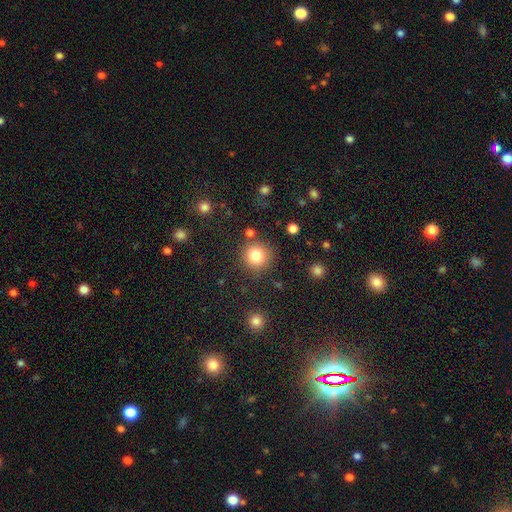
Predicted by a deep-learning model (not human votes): A smooth galaxy with no disk features (83%) that is round (93%). Merging: none (82%).